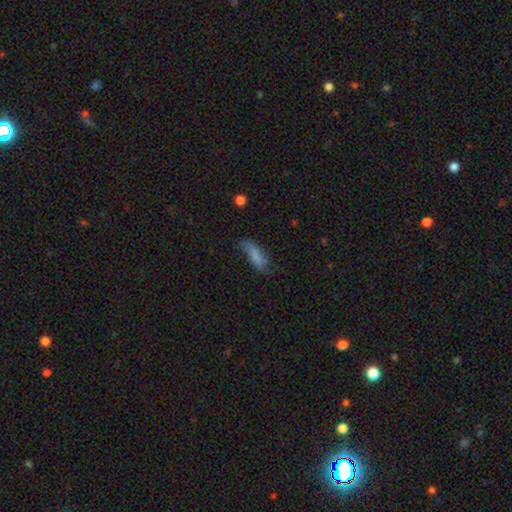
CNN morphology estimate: smooth_or_featured: smooth (p=0.73) [alt: featured or disk p=0.18]
how_rounded: in between (p=0.62) [alt: cigar-shaped p=0.36]
merging: none (p=0.47) [alt: minor disturbance p=0.34]